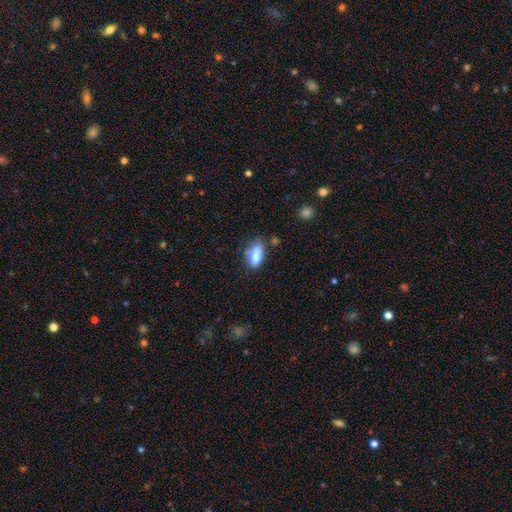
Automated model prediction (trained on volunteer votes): This appears to be a smooth galaxy with no disk features (83%) that is in between round and cigar-shaped (84%). Merging: none (58%).